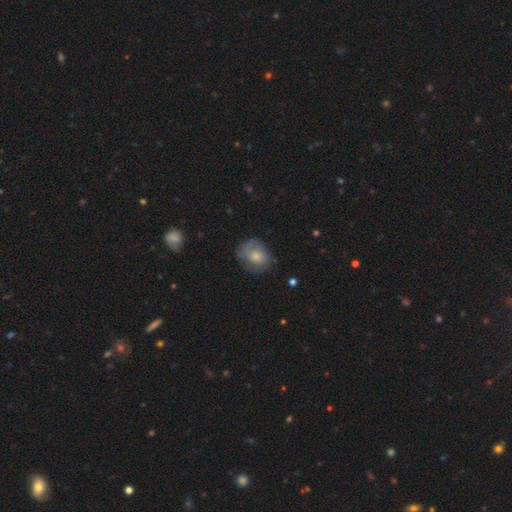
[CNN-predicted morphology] Smooth or featured?
  - smooth: 65% *
  - featured or disk: 28%
  - star or artifact: 8%
How rounded?
  - round: 60% *
  - in between: 39%
  - cigar-shaped: 1%
Merging?
  - none: 63% *
  - minor disturbance: 25%
  - major disturbance: 10%
  - merger: 2%